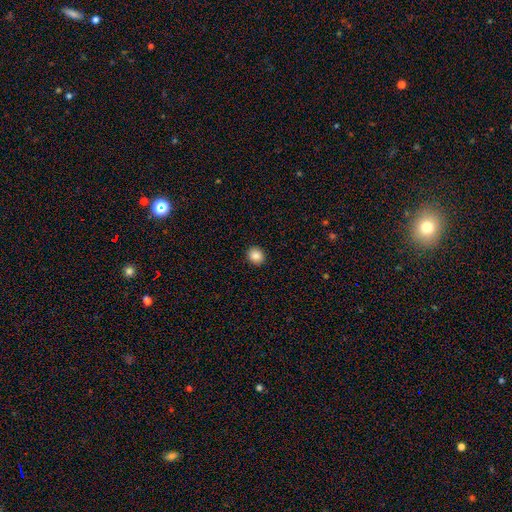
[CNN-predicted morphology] A smooth galaxy with no disk features (87%) that is round (75%). Merging: none (92%).